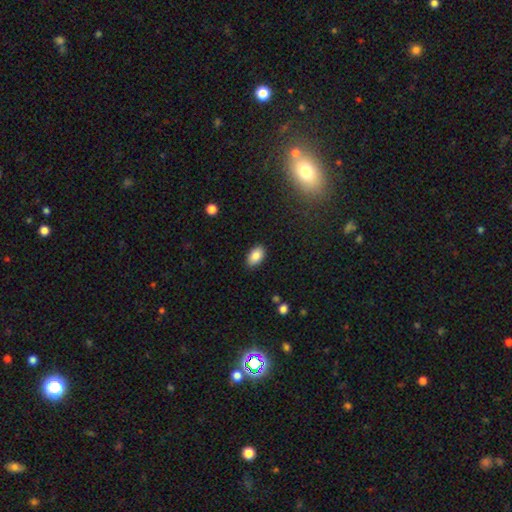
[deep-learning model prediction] The model was most divided on "smooth or featured": smooth: 86%, star or artifact: 8%, featured or disk: 6%. More confident: how rounded — in between (92%); merging — none (88%).